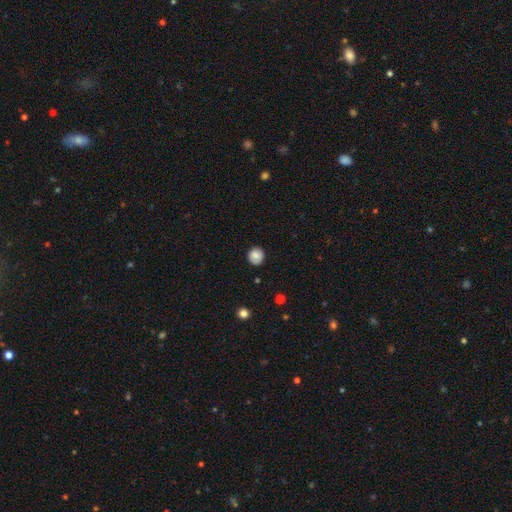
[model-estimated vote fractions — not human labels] This appears to be a smooth galaxy with no disk features (84%) that is round (88%). Merging: none (84%).